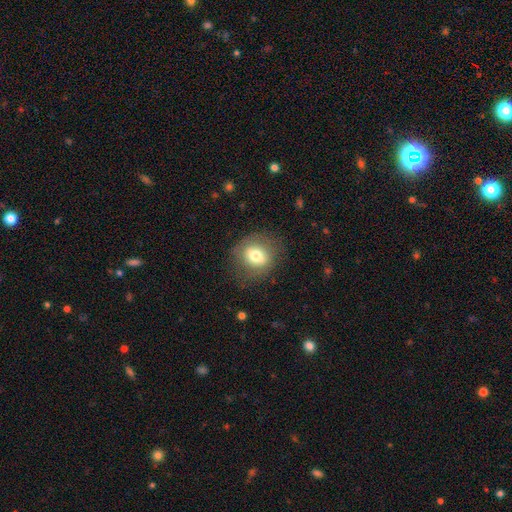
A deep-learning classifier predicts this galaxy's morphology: Smooth or featured?
  - smooth: 71% *
  - featured or disk: 20%
  - star or artifact: 9%
How rounded?
  - round: 70% *
  - in between: 29%
  - cigar-shaped: 1%
Merging?
  - none: 76% *
  - minor disturbance: 15%
  - major disturbance: 7%
  - merger: 1%